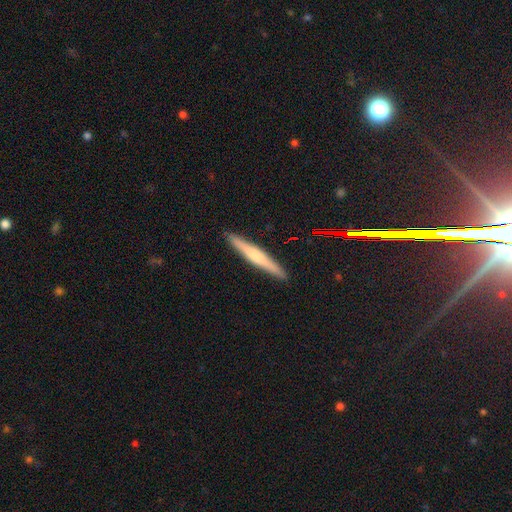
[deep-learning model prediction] This appears to be a featured or disk galaxy (49%). Merging: none (92%).